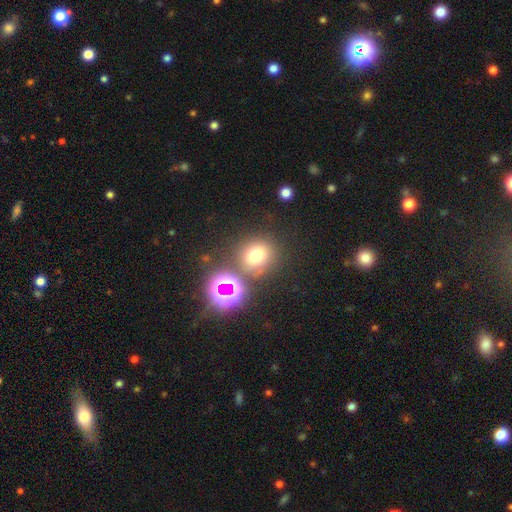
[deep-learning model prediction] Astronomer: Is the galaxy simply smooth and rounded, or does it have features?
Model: smooth — 68%.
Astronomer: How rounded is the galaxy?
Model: round — 80%.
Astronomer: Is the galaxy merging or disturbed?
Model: none — 72%.